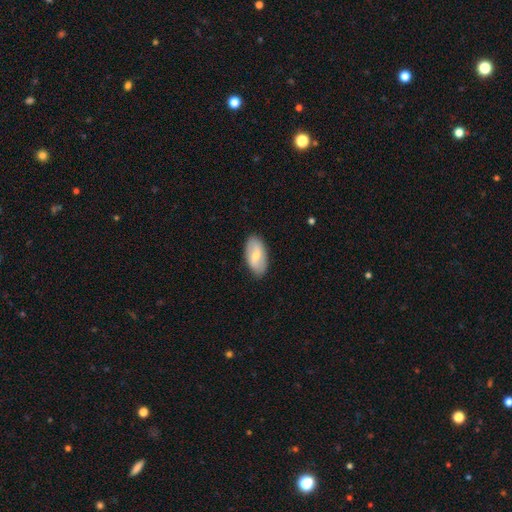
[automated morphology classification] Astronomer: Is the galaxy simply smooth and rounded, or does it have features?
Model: smooth — 55% (runner-up: featured or disk, 40%).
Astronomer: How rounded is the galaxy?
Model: in between — 94%.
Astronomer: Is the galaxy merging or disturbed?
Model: none — 86%.